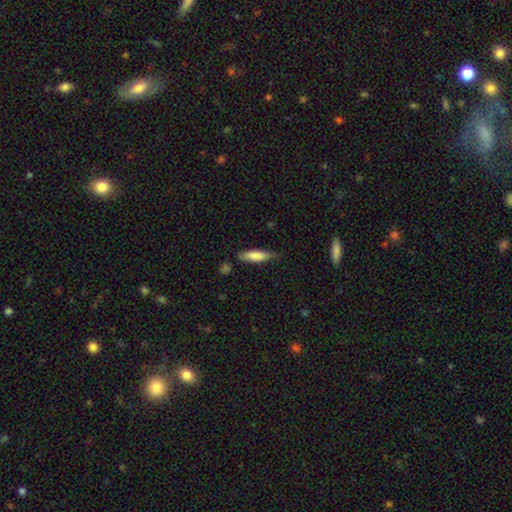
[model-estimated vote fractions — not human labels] Morphology: type=smooth (77%); roundness=cigar-shaped (62%); merging=none (69%).